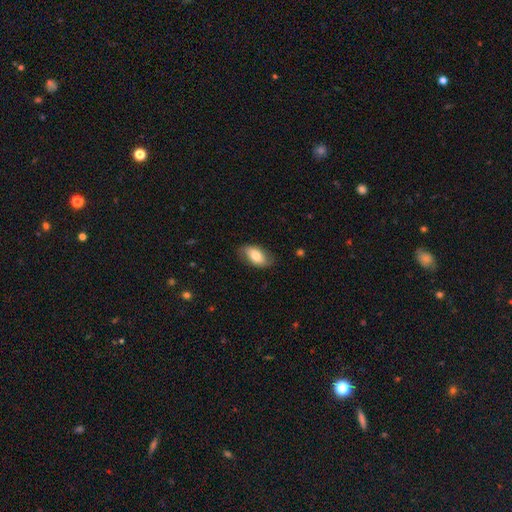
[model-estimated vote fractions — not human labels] Overall: smooth (70%). How rounded: in between (92%). Merging: none (77%).